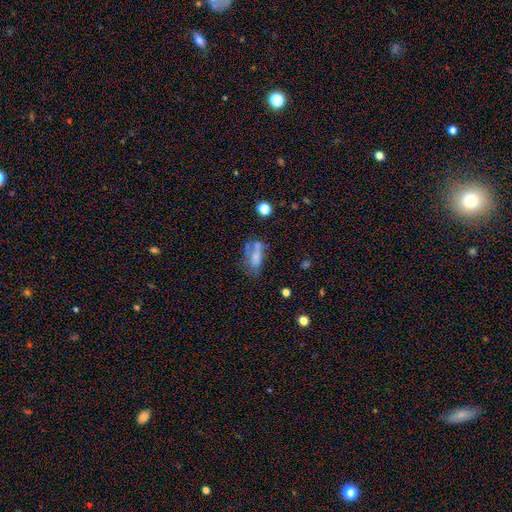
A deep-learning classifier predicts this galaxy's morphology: A smooth galaxy with no disk features (58%) that is in between round and cigar-shaped (76%).

Vote fractions:
- Smooth or featured? smooth: 58% / featured or disk: 28% / star or artifact: 13%
- How rounded? in between: 76% / cigar-shaped: 17% / round: 7%
- Merging? none: 33% / merger: 23% / major disturbance: 22% / minor disturbance: 22%